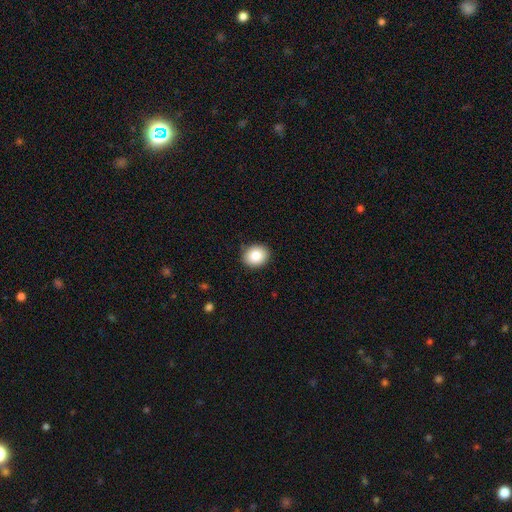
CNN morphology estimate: Smooth or featured? smooth (85%)
How rounded? round (68%)
Merging? none (89%)